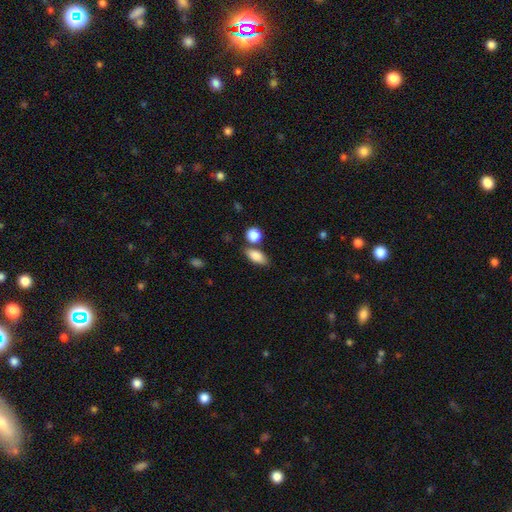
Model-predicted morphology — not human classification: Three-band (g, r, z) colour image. It shows a smooth galaxy with no disk features (83%) that is in between round and cigar-shaped (81%). Merging: none (69%).